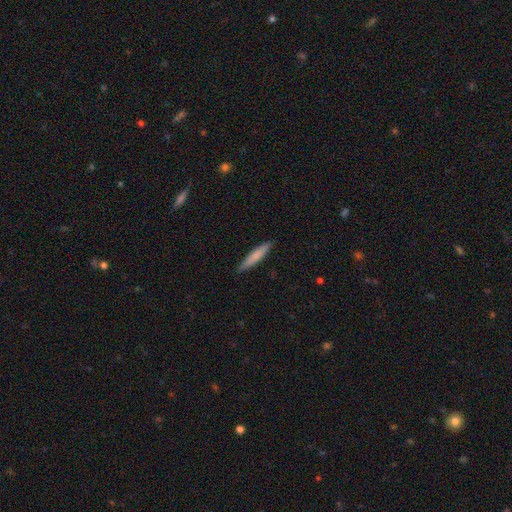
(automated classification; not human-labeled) Overall: smooth (76%). How rounded: cigar-shaped (92%). Merging: none (89%).